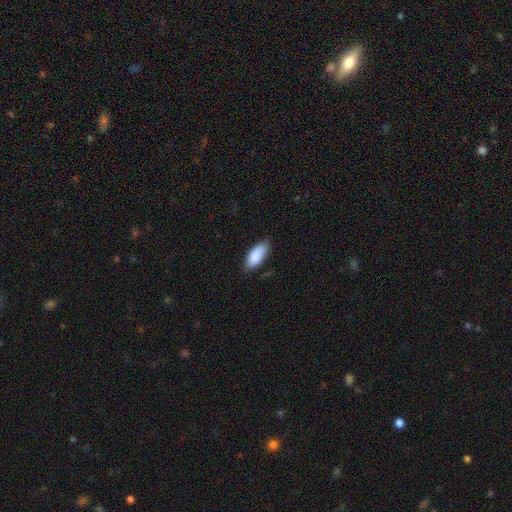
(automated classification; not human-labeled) This appears to be a smooth galaxy with no disk features (87%) that is in between round and cigar-shaped (88%). Merging: none (74%).